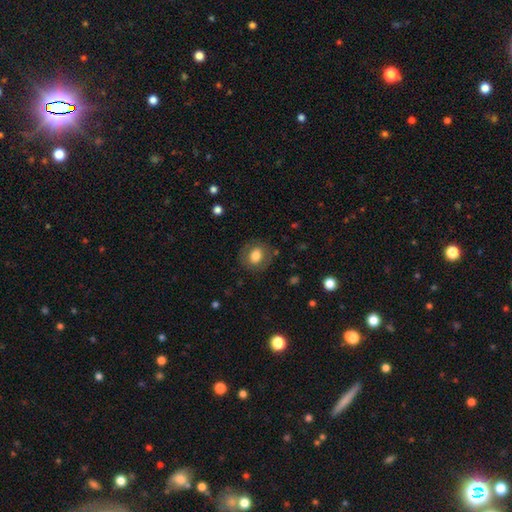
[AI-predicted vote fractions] smooth-or-featured: smooth: 73% | featured or disk: 19% | star or artifact: 8%
  how-rounded: round: 63% | in between: 36% | cigar-shaped: 1%
  merging: none: 81% | minor disturbance: 12% | major disturbance: 6% | merger: 1%